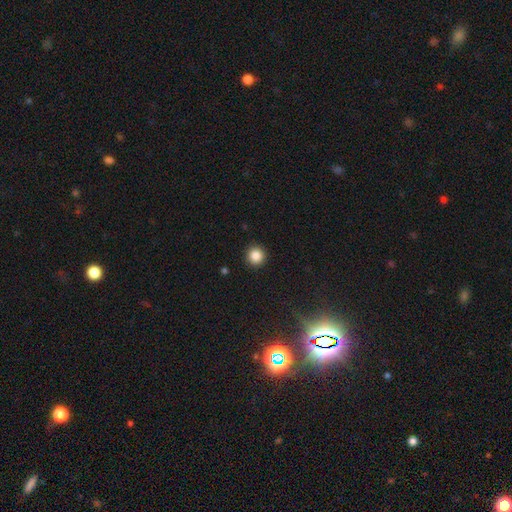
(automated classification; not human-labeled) A smooth galaxy with no disk features (86%) that is round (95%). Merging: none (93%).